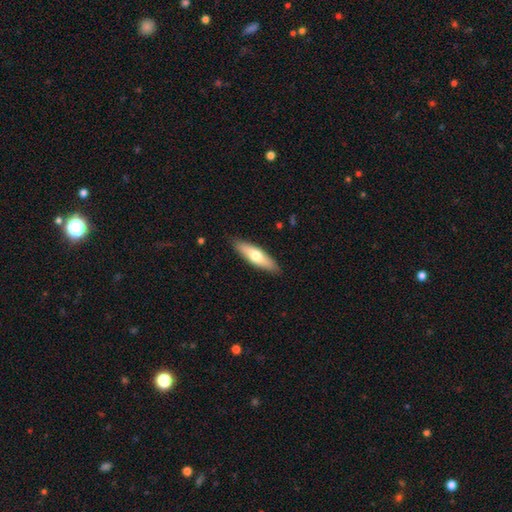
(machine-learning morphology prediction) This appears to be a smooth galaxy with no disk features (62%) that is cigar-shaped (58%). Merging: none (88%).